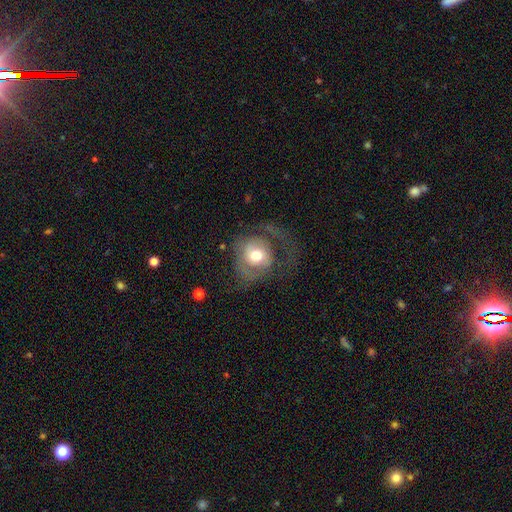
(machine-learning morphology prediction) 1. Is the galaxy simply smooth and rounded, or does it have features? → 49% smooth, 43% featured or disk, 8% star or artifact.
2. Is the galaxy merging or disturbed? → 46% major disturbance, 34% none, 18% minor disturbance, 2% merger.